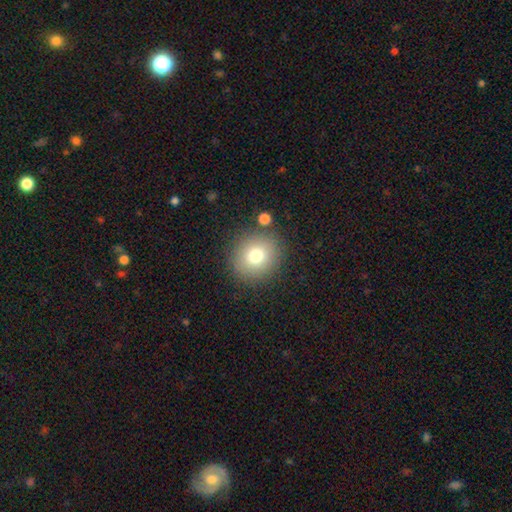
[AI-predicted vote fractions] This appears to be a smooth galaxy with no disk features (76%) that is round (87%). Merging: none (85%).